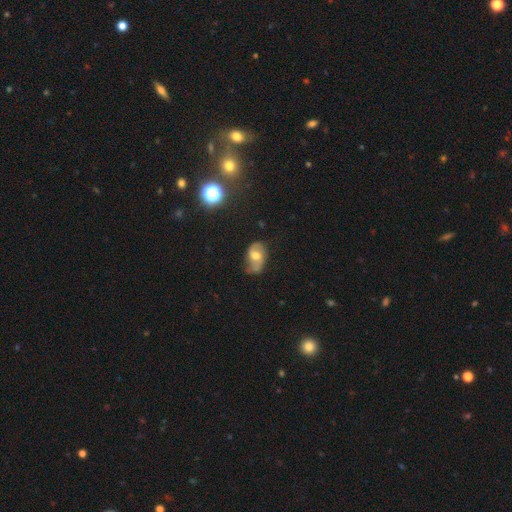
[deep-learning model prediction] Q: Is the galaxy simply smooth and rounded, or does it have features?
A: featured or disk — 59%.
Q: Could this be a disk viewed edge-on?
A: no — 95%.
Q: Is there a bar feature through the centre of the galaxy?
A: no — 51%.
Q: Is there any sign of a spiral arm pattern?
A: yes — 80%.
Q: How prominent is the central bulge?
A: moderate — 71%.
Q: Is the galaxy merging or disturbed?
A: none — 58%.